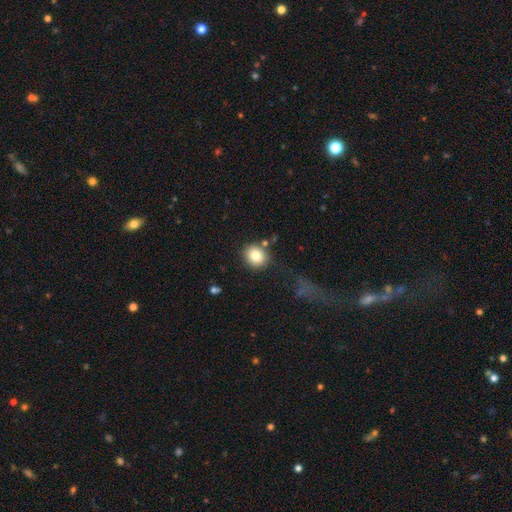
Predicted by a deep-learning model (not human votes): A smooth galaxy with no disk features (81%) that is round (80%). Merging: none (80%).